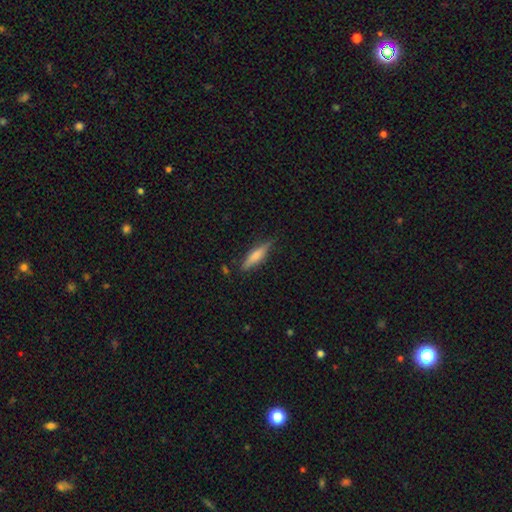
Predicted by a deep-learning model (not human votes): Smooth or featured? smooth (64%)
How rounded? cigar-shaped (72%)
Merging? none (80%)